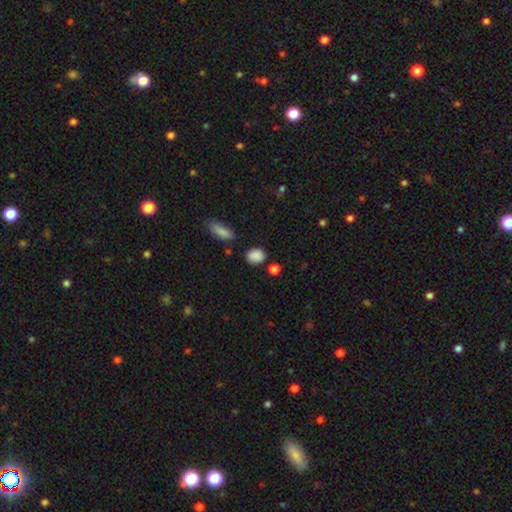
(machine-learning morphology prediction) Smooth or featured: smooth — 87% (star or artifact — 9%)
How rounded: in between — 54% (round — 44%)
Merging: none — 77% (minor disturbance — 14%)